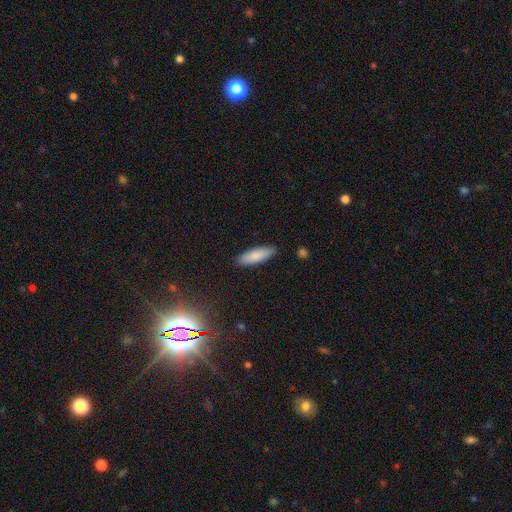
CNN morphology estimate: Overall: smooth (85%). How rounded: in between (55%; cigar-shaped 44%). Merging: none (88%).